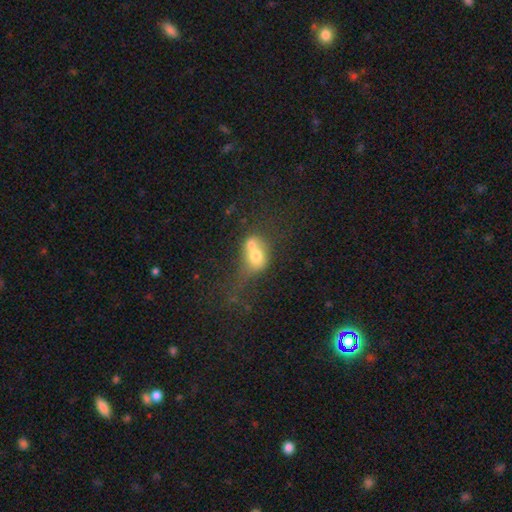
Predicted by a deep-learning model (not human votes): Morphology: type=smooth (63%); roundness=in between (51%); merging=merger (64%).